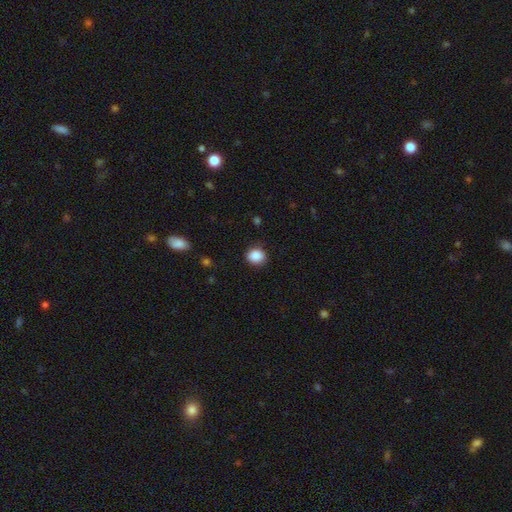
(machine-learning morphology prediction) A smooth galaxy with no disk features (88%) that is round (65%).

Vote fractions:
- Smooth or featured? smooth: 88% / star or artifact: 9% / featured or disk: 3%
- How rounded? round: 65% / in between: 34% / cigar-shaped: 1%
- Merging? none: 86% / minor disturbance: 10% / major disturbance: 3% / merger: 1%